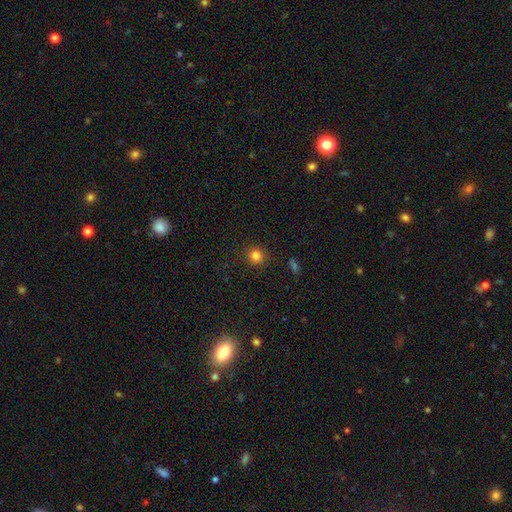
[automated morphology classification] This appears to be a smooth galaxy with no disk features (82%) that is round (91%). Merging: none (89%).